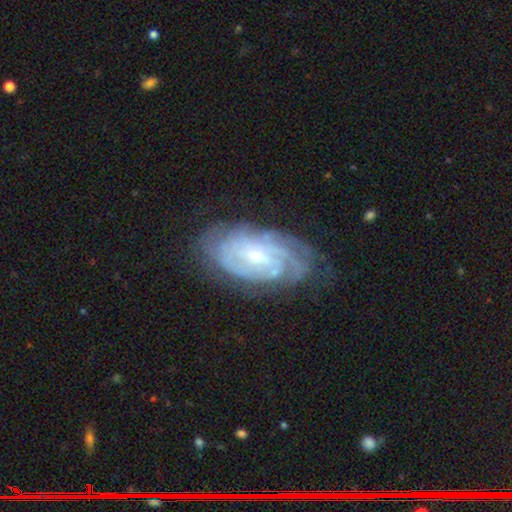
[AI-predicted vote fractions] Q: Smooth or featured?
A: featured or disk (82%); runner-up: smooth (12%)
Q: Edge-on disk?
A: no (95%); runner-up: yes (5%)
Q: Bar?
A: no (51%); runner-up: weak (40%)
Q: Spiral arms?
A: yes (94%); runner-up: no (6%)
Q: Spiral winding?
A: tight (72%); runner-up: medium (24%)
Q: Spiral arm count?
A: can't tell (44%); runner-up: 2 (15%)
Q: Bulge size?
A: small (59%); runner-up: moderate (35%)
Q: Merging?
A: none (69%); runner-up: minor disturbance (21%)